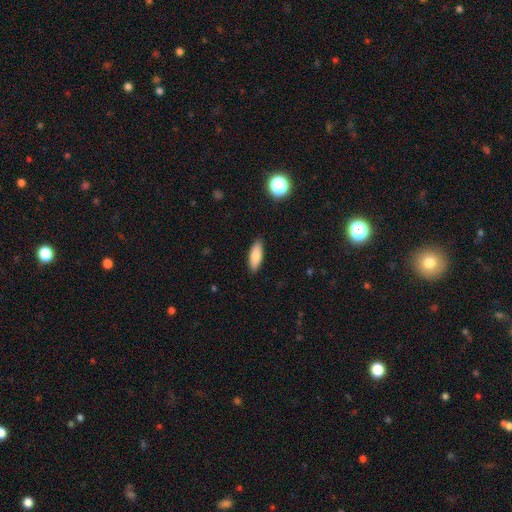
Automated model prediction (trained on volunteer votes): A smooth galaxy with no disk features (82%) that is in between round and cigar-shaped (64%). Merging: none (88%).